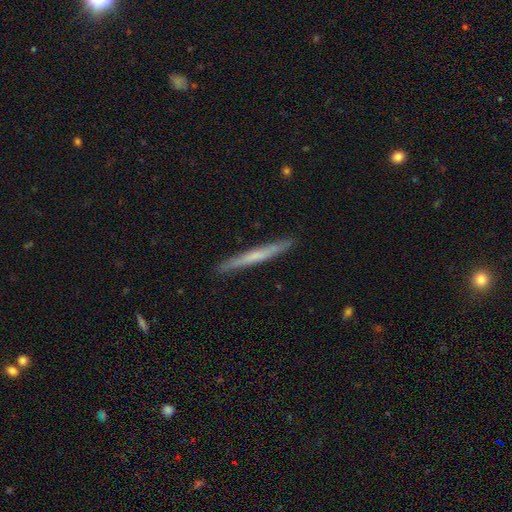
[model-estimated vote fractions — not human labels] Smooth or featured? smooth (52%)
How rounded? cigar-shaped (97%)
Merging? none (91%)